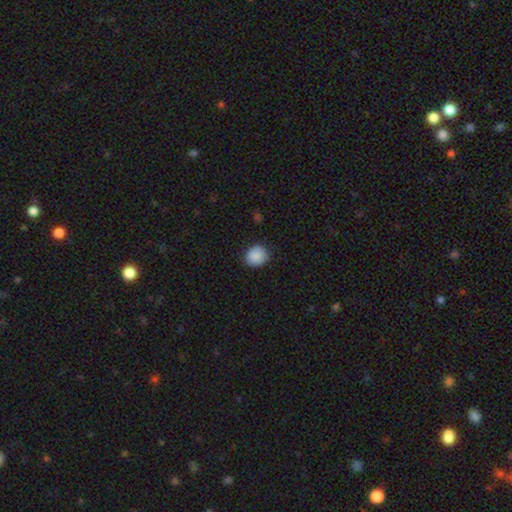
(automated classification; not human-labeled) Smooth or featured: smooth — 89% (star or artifact — 8%)
How rounded: round — 78% (in between — 21%)
Merging: none — 85% (minor disturbance — 12%)